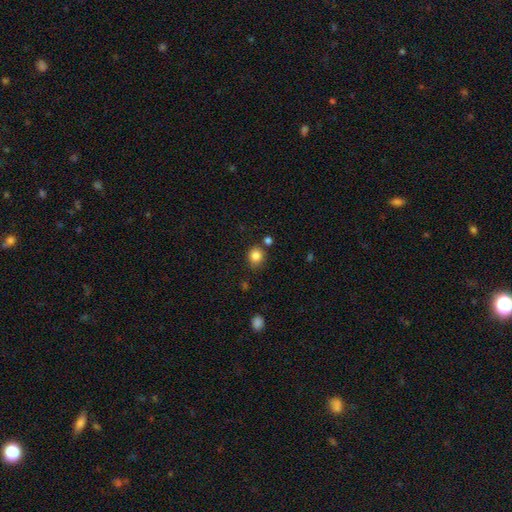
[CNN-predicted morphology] Smooth or featured: smooth — 85% (star or artifact — 11%)
How rounded: round — 78% (in between — 21%)
Merging: none — 79% (minor disturbance — 11%)